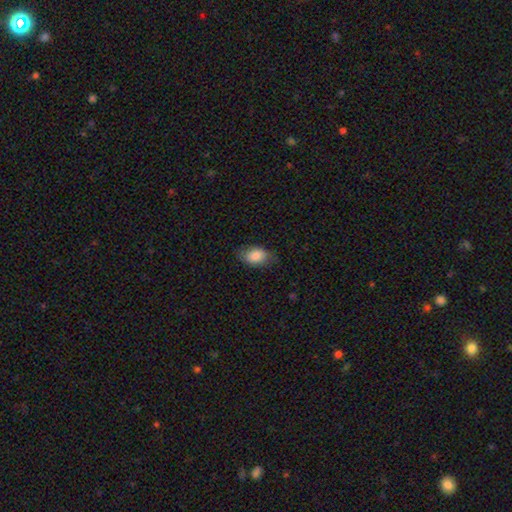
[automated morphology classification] smooth-or-featured: smooth: 86% | featured or disk: 7% | star or artifact: 7%
  how-rounded: in between: 90% | round: 8% | cigar-shaped: 2%
  merging: none: 77% | minor disturbance: 18% | major disturbance: 5% | merger: 1%